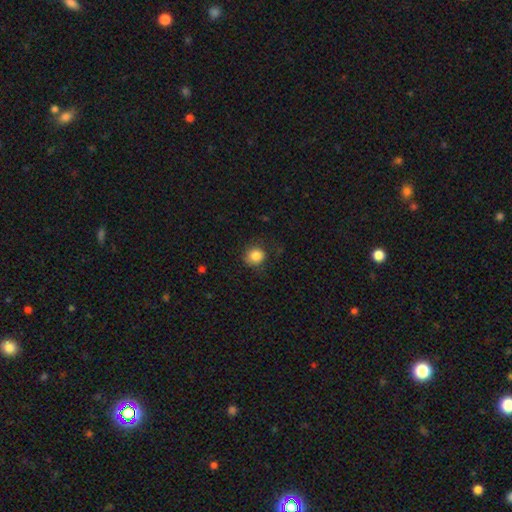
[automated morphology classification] The model was most divided on "merging": none: 76%, minor disturbance: 17%, major disturbance: 6%, merger: 1%. More confident: smooth or featured — smooth (85%); how rounded — round (83%).